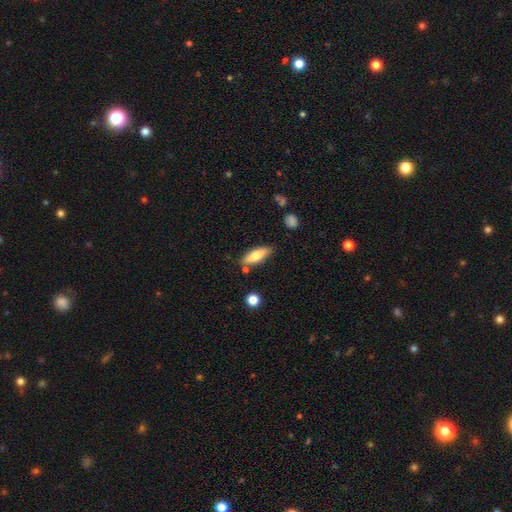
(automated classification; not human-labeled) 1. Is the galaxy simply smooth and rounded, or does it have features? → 69% smooth, 24% featured or disk, 7% star or artifact.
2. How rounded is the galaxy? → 61% in between, 37% cigar-shaped, 2% round.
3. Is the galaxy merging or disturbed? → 79% none, 13% minor disturbance, 5% merger, 3% major disturbance.